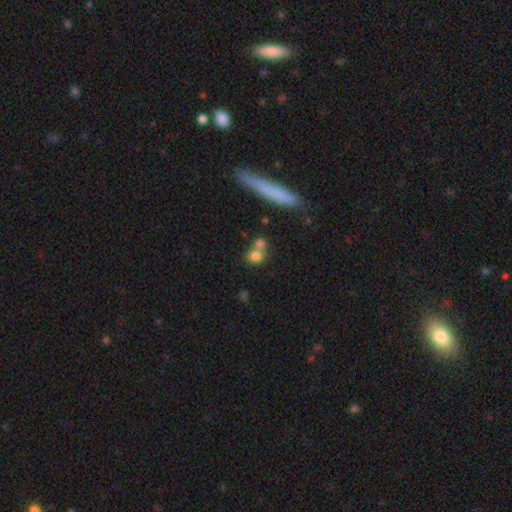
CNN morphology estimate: smooth_or_featured: smooth (p=0.76) [alt: featured or disk p=0.12]
how_rounded: round (p=0.72) [alt: in between p=0.25]
merging: none (p=0.44) [alt: merger p=0.43]